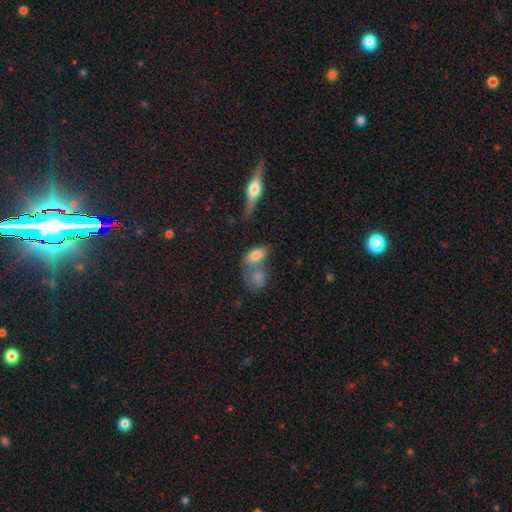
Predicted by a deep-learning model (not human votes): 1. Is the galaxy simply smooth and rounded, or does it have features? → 77% smooth, 13% featured or disk, 9% star or artifact.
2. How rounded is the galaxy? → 87% in between, 8% round, 6% cigar-shaped.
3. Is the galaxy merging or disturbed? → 48% merger, 34% none, 12% minor disturbance, 7% major disturbance.